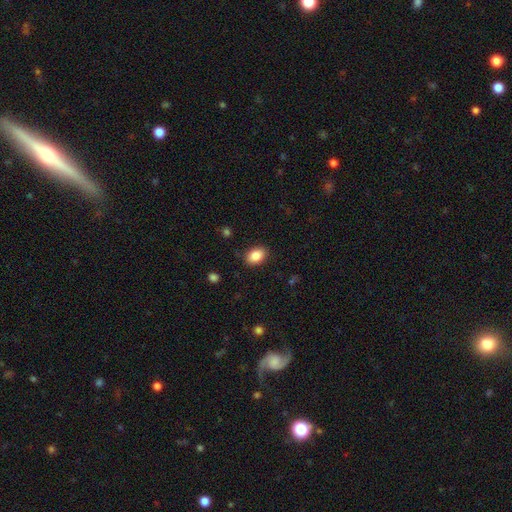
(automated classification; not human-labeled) Q: Smooth or featured?
A: smooth (86%); runner-up: star or artifact (8%)
Q: How rounded?
A: in between (79%); runner-up: round (20%)
Q: Merging?
A: none (87%); runner-up: minor disturbance (10%)